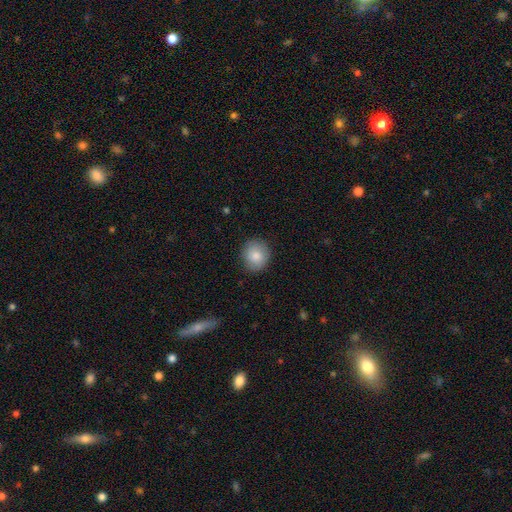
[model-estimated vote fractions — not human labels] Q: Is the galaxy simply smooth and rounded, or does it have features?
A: smooth — 84%.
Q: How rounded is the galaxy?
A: round — 83%.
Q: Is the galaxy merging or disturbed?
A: none — 87%.